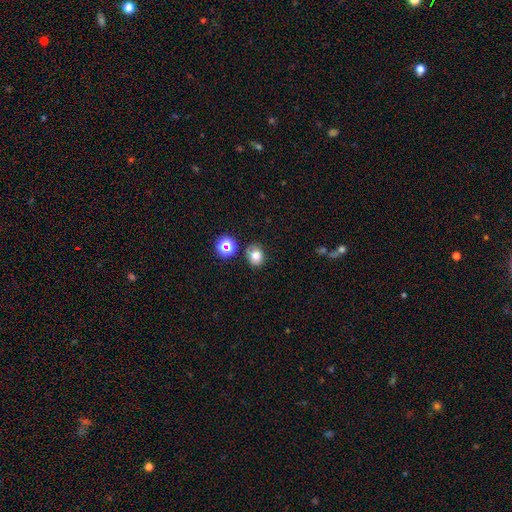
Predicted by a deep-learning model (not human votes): This is likely a smooth galaxy (73%). How rounded: likely round (61%). Merging: likely none (77%).